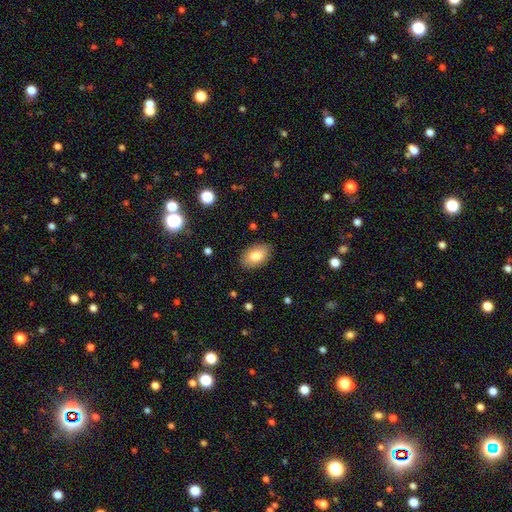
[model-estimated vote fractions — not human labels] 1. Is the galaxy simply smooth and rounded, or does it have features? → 80% smooth, 13% featured or disk, 7% star or artifact.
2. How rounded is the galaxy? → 93% in between, 6% round, 2% cigar-shaped.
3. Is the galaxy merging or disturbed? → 85% none, 11% minor disturbance, 3% major disturbance, 1% merger.